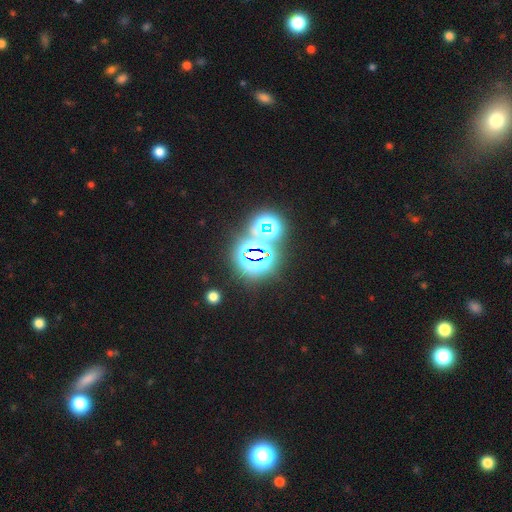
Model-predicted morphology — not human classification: Smooth or featured?
  - star or artifact: 72% *
  - smooth: 19%
  - featured or disk: 9%